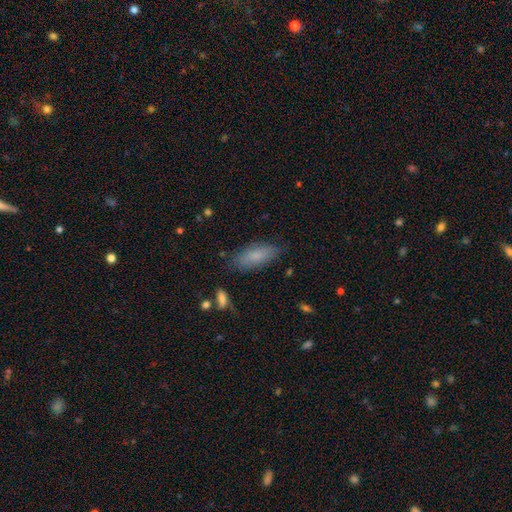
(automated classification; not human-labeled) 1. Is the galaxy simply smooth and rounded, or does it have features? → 80% smooth, 13% featured or disk, 7% star or artifact.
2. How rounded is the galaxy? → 74% in between, 24% cigar-shaped, 2% round.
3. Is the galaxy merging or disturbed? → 80% none, 14% minor disturbance, 3% major disturbance, 2% merger.